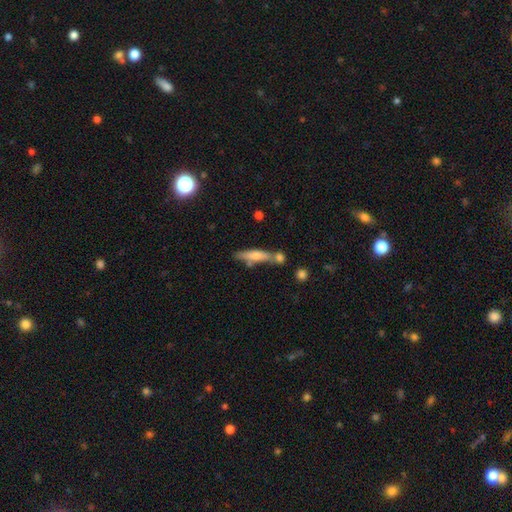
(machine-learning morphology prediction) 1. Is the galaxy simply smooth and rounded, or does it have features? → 62% smooth, 31% featured or disk, 7% star or artifact.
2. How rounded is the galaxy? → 81% cigar-shaped, 17% in between, 2% round.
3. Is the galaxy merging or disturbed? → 59% none, 21% merger, 15% minor disturbance, 5% major disturbance.